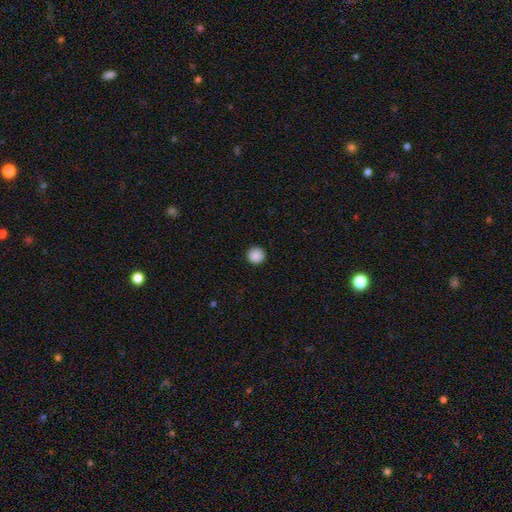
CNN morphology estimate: The model was most divided on "smooth or featured": smooth: 89%, star or artifact: 9%, featured or disk: 3%. More confident: how rounded — round (96%); merging — none (93%).